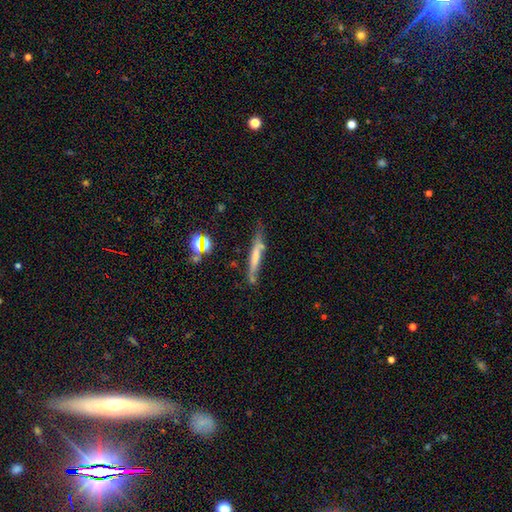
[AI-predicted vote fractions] A smooth galaxy with no disk features (51%) that is cigar-shaped (91%).

Vote fractions:
- Smooth or featured? smooth: 51% / featured or disk: 39% / star or artifact: 10%
- How rounded? cigar-shaped: 91% / in between: 7% / round: 2%
- Merging? none: 60% / minor disturbance: 24% / major disturbance: 8% / merger: 8%